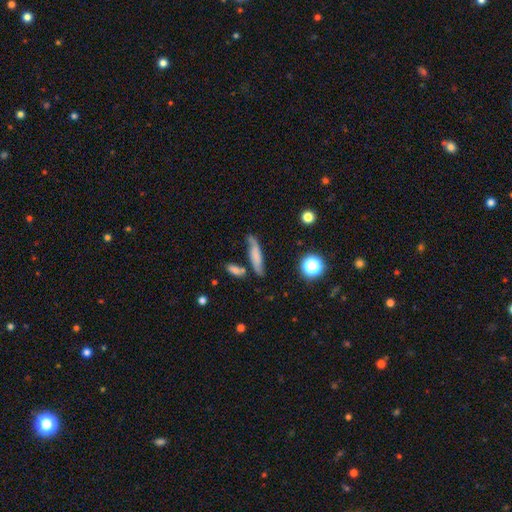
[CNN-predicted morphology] smooth-or-featured: smooth: 58% | featured or disk: 32% | star or artifact: 9%
  how-rounded: cigar-shaped: 69% | in between: 26% | round: 5%
  merging: none: 62% | minor disturbance: 22% | merger: 9% | major disturbance: 7%